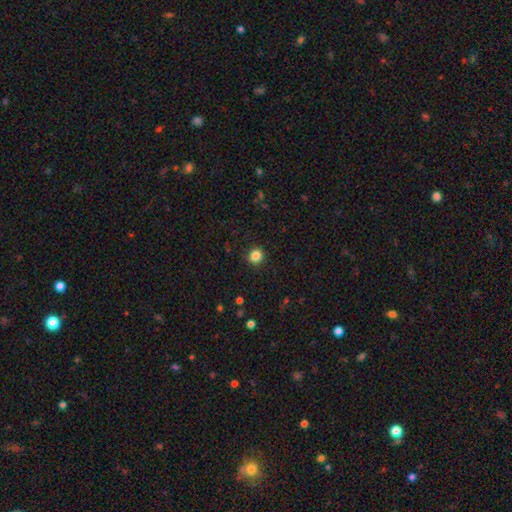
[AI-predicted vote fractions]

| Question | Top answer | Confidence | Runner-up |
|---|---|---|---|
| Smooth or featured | smooth | 84% | star or artifact (12%) |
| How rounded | round | 87% | in between (12%) |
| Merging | none | 91% | minor disturbance (6%) |